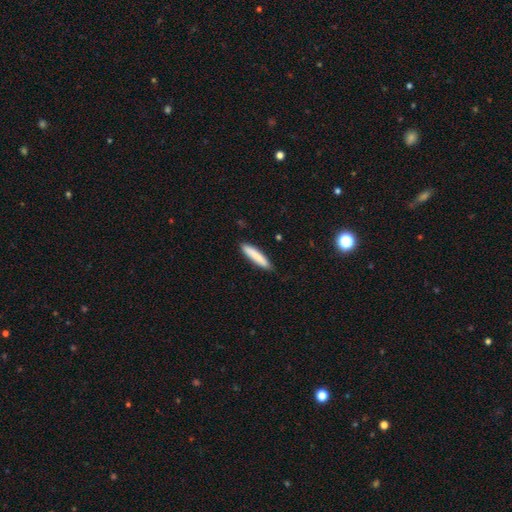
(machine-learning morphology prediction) The model was most divided on "merging": none: 86%, minor disturbance: 11%, major disturbance: 2%, merger: 1%. More confident: how rounded — cigar-shaped (87%); smooth or featured — smooth (85%).